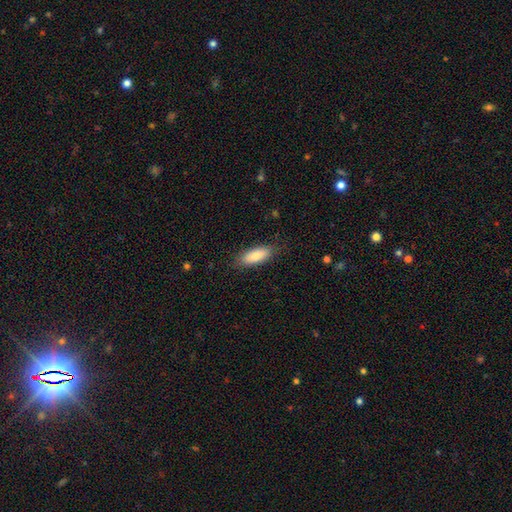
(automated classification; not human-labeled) Smooth or featured?
  - smooth: 82% *
  - featured or disk: 12%
  - star or artifact: 6%
How rounded?
  - in between: 76% *
  - cigar-shaped: 22%
  - round: 2%
Merging?
  - none: 83% *
  - minor disturbance: 13%
  - major disturbance: 3%
  - merger: 1%